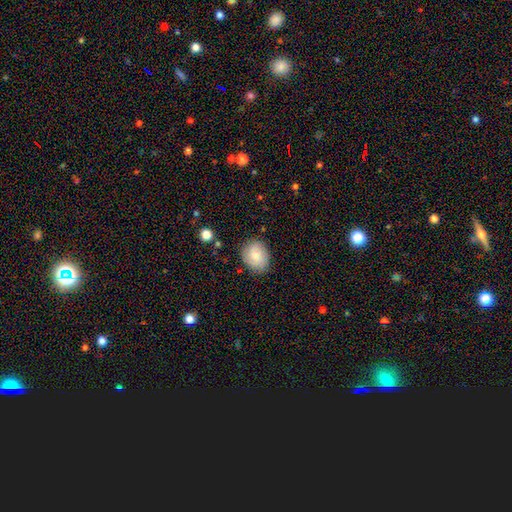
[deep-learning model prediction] smooth_or_featured: smooth (p=0.67) [alt: featured or disk p=0.25]
how_rounded: round (p=0.50) [alt: in between p=0.49]
merging: none (p=0.81) [alt: minor disturbance p=0.14]